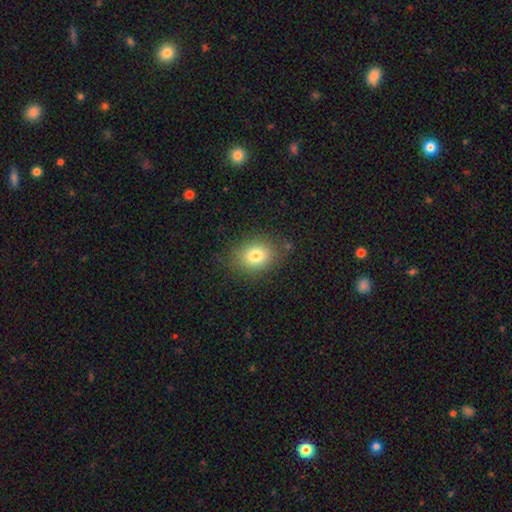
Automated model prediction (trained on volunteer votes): This is likely a smooth galaxy (79%). How rounded: possibly in between (51%). Merging: clearly none (84%).